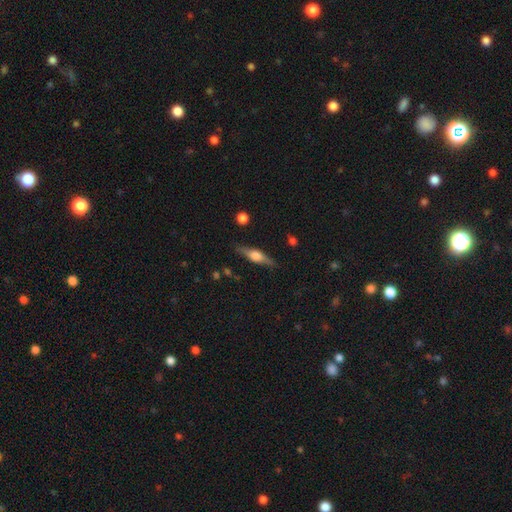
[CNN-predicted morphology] Smooth or featured?
  - featured or disk: 66% *
  - smooth: 27%
  - star or artifact: 6%
Edge-on disk?
  - yes: 96% *
  - no: 4%
Edge-on bulge?
  - rounded: 87% *
  - boxy: 11%
  - none: 2%
Merging?
  - none: 86% *
  - minor disturbance: 10%
  - major disturbance: 2%
  - merger: 1%